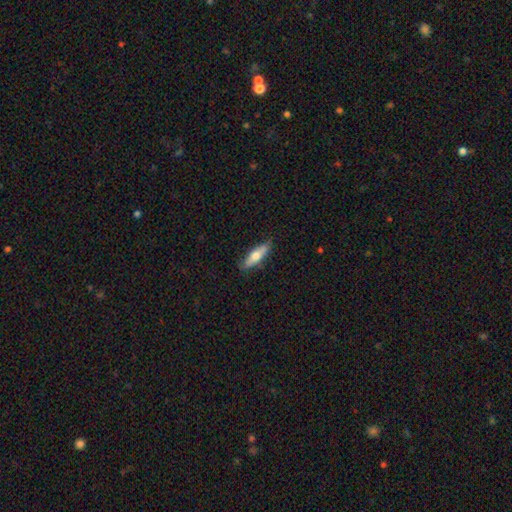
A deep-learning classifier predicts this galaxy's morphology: smooth_or_featured: smooth (p=0.64) [alt: featured or disk p=0.31]
how_rounded: cigar-shaped (p=0.53) [alt: in between p=0.44]
merging: none (p=0.81) [alt: minor disturbance p=0.15]